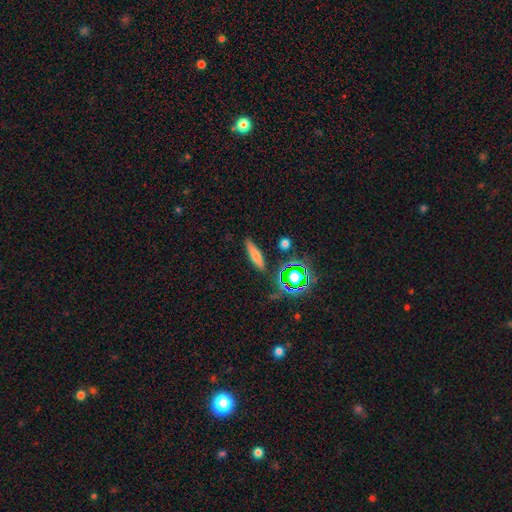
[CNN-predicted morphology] type=smooth (67%); roundness=cigar-shaped (73%); merging=none (83%).